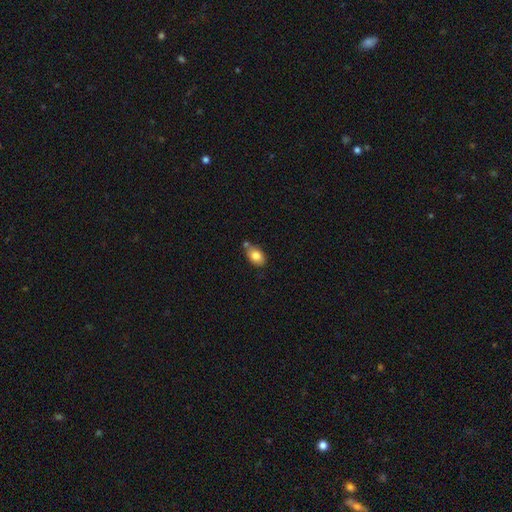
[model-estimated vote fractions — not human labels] smooth 81%, featured or disk 11%, star or artifact 8%. Down the decision tree: how rounded — in between (83%); merging — none (61%).